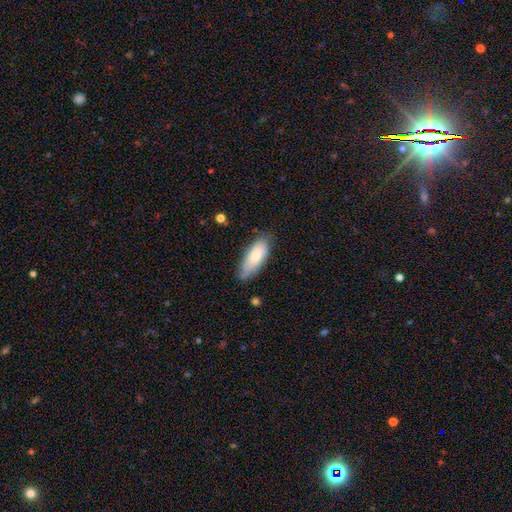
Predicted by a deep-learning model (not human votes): This is likely a smooth galaxy (73%). How rounded: likely in between (80%). Merging: likely none (70%).